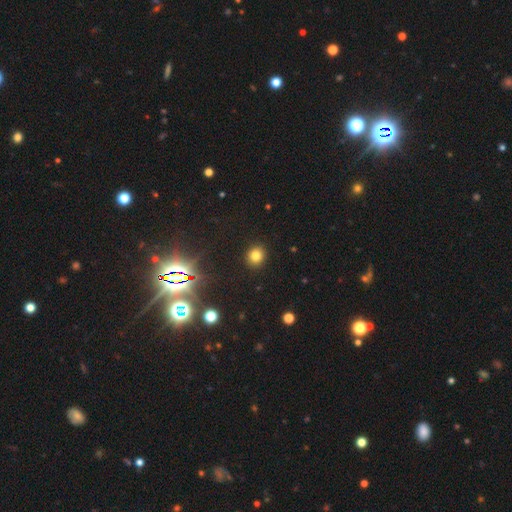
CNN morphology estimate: Q: Smooth or featured?
A: smooth (77%); runner-up: star or artifact (17%)
Q: How rounded?
A: round (85%); runner-up: in between (14%)
Q: Merging?
A: none (91%); runner-up: minor disturbance (6%)